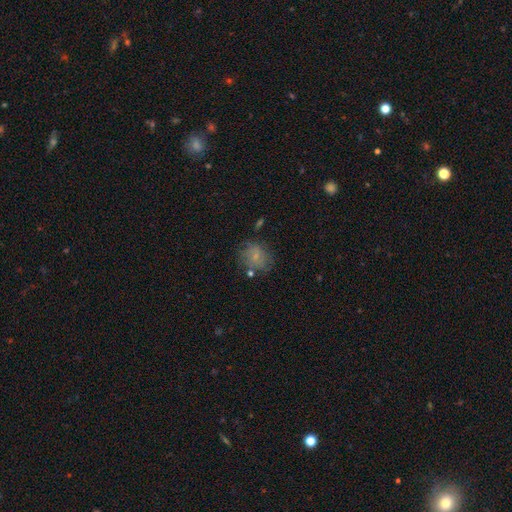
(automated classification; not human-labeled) Morphology: type=smooth (67%); roundness=round (71%); merging=none (62%).